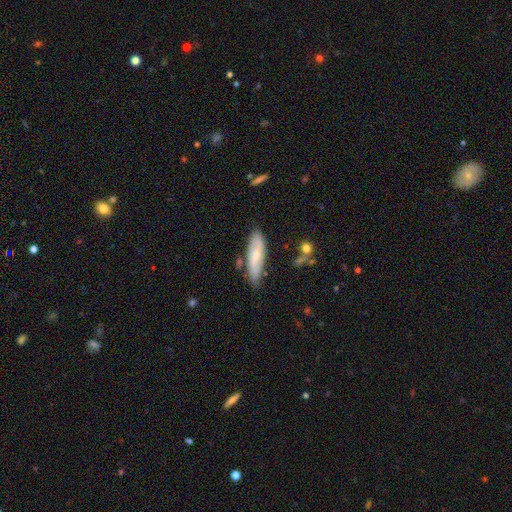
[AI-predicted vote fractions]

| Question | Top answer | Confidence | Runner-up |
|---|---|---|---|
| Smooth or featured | smooth | 47% | featured or disk (46%) |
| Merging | none | 69% | minor disturbance (22%) |